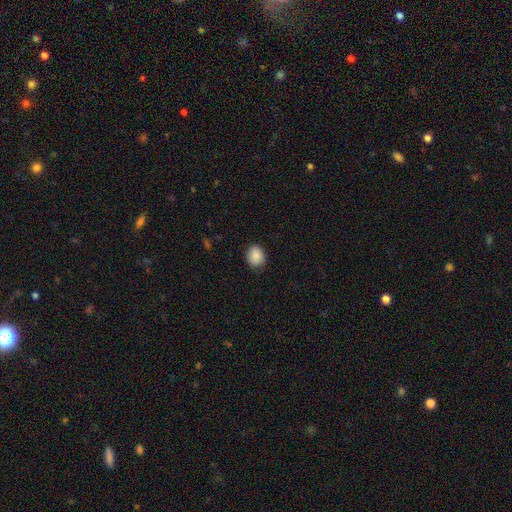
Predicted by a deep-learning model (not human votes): smooth 87%, star or artifact 8%, featured or disk 5%. Down the decision tree: how rounded — round (56%); merging — none (83%).